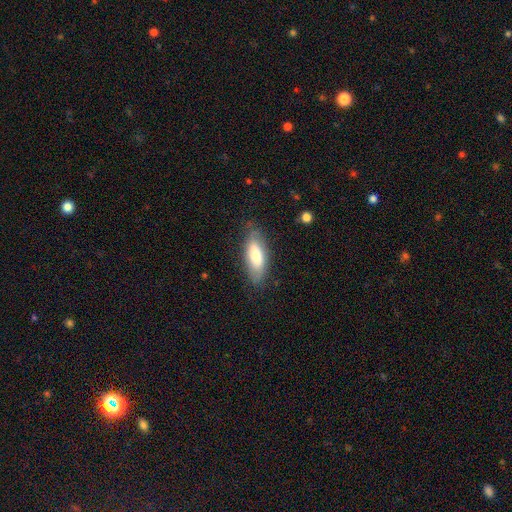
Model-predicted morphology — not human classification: smooth_or_featured: smooth (p=0.75) [alt: featured or disk p=0.19]
how_rounded: in between (p=0.71) [alt: cigar-shaped p=0.27]
merging: none (p=0.78) [alt: minor disturbance p=0.17]